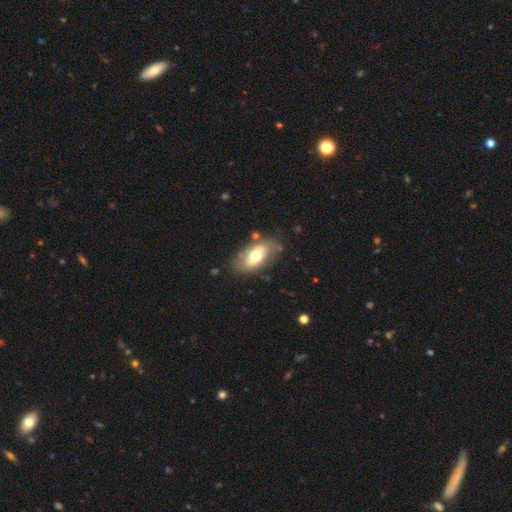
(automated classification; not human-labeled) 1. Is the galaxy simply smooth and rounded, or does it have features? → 58% smooth, 35% featured or disk, 6% star or artifact.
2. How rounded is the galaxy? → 91% in between, 5% cigar-shaped, 4% round.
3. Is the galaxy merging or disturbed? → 73% none, 18% minor disturbance, 5% major disturbance, 4% merger.